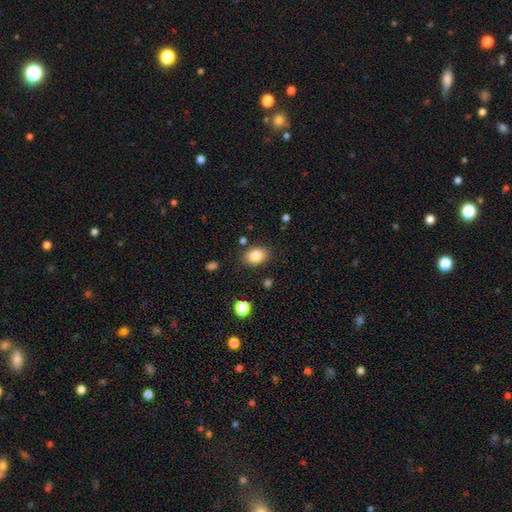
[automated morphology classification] Smooth or featured?
  - smooth: 84% *
  - star or artifact: 9%
  - featured or disk: 7%
How rounded?
  - in between: 76% *
  - round: 23%
  - cigar-shaped: 1%
Merging?
  - none: 84% *
  - minor disturbance: 11%
  - major disturbance: 3%
  - merger: 2%